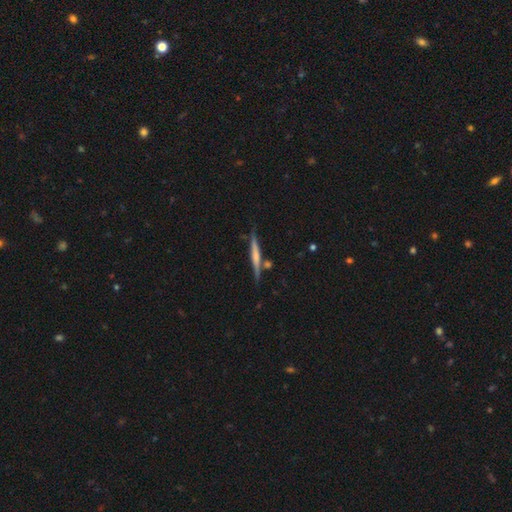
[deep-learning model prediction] smooth_or_featured: featured or disk (p=0.54) [alt: smooth p=0.40]
disk_edge_on: yes (p=0.97) [alt: no p=0.03]
edge_on_bulge: none (p=0.49) [alt: rounded p=0.35]
merging: none (p=0.78) [alt: minor disturbance p=0.12]